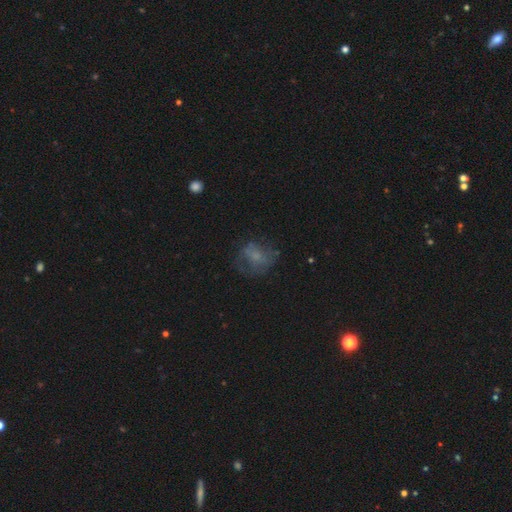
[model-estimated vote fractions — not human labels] Morphology: type=smooth (47%); merging=none (52%).